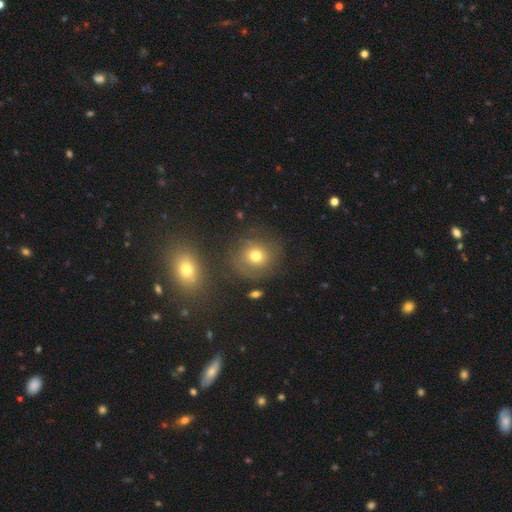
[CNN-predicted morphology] Q: Smooth or featured?
A: smooth (65%); runner-up: featured or disk (20%)
Q: How rounded?
A: round (85%); runner-up: in between (14%)
Q: Merging?
A: none (73%); runner-up: minor disturbance (14%)